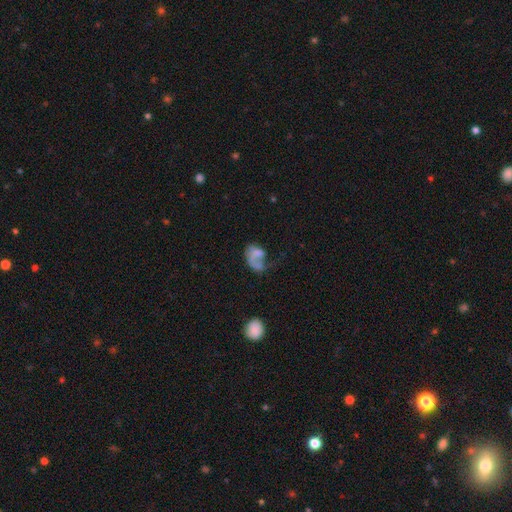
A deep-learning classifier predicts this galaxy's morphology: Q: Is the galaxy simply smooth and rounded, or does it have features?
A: featured or disk — 50%.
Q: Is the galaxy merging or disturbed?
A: major disturbance — 51%.